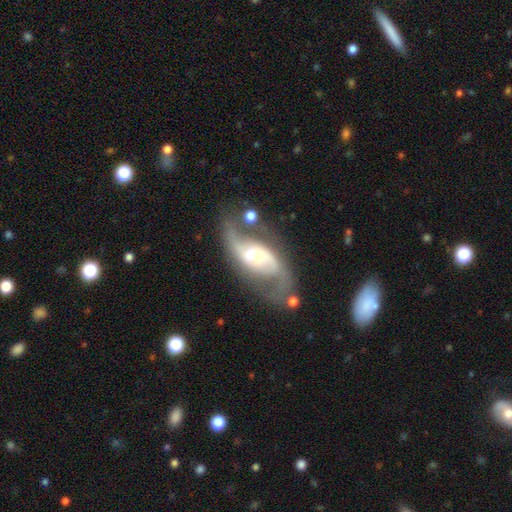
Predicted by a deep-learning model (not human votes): Smooth or featured? featured or disk (84%)
Edge-on disk? no (95%)
Bar? no (42%)
Spiral arms? yes (90%)
Spiral winding? loose (56%)
Spiral arm count? 2 (88%)
Bulge size? moderate (56%)
Merging? none (49%)